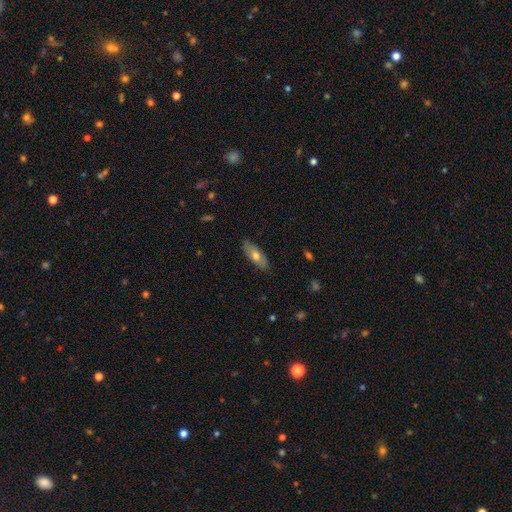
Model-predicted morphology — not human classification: Smooth or featured?
  - smooth: 66% *
  - featured or disk: 28%
  - star or artifact: 6%
How rounded?
  - in between: 73% *
  - cigar-shaped: 25%
  - round: 3%
Merging?
  - none: 87% *
  - minor disturbance: 10%
  - major disturbance: 2%
  - merger: 1%